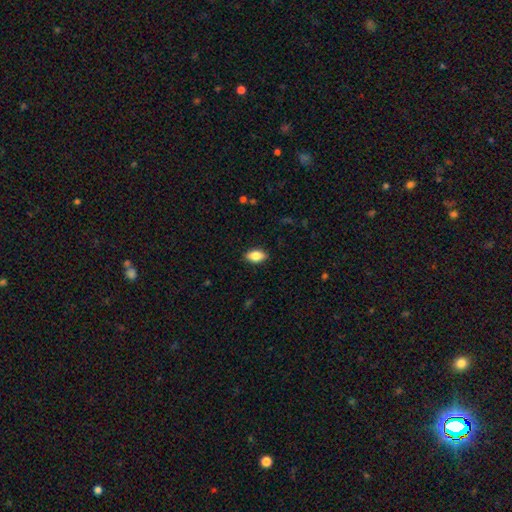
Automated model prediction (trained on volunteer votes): This is clearly a smooth galaxy (84%). How rounded: clearly in between (91%). Merging: clearly none (88%).